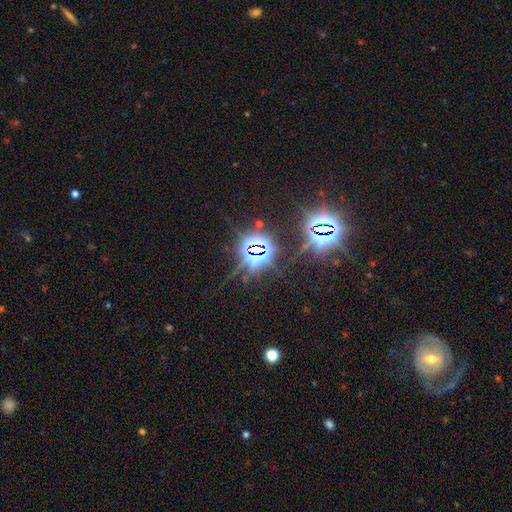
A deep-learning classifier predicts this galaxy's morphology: This is clearly a star or artifact rather than a galaxy (85%).